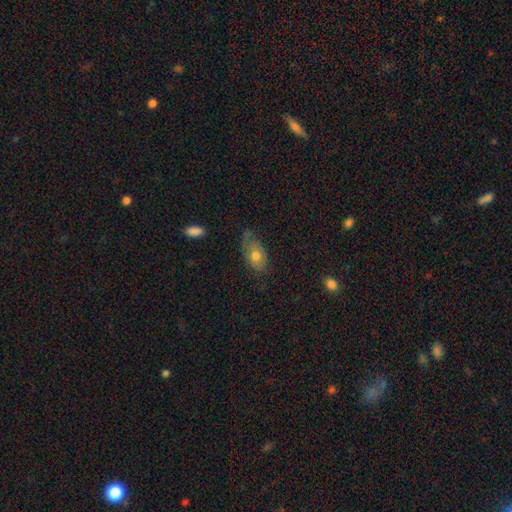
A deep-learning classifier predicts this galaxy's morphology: Smooth or featured? Predicted: smooth (p=0.59). How rounded? Predicted: in between (p=0.87). Merging? Predicted: none (p=0.55).